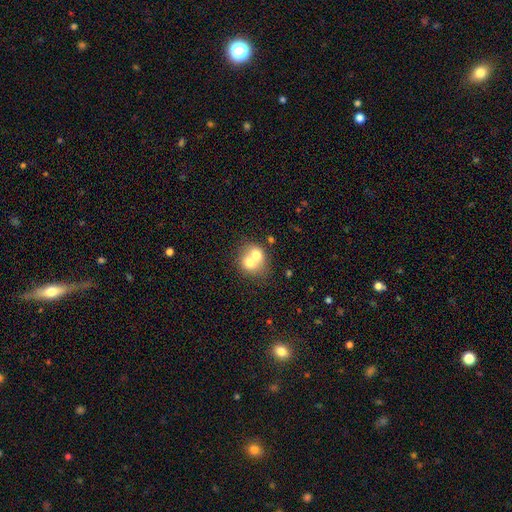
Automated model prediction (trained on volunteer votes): The model was most divided on "how rounded": round: 64%, in between: 35%, cigar-shaped: 1%. More confident: merging — merger (70%); smooth or featured — smooth (66%).